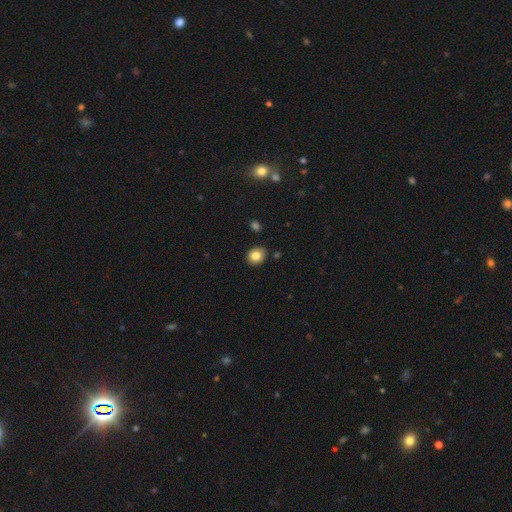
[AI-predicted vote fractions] Smooth or featured?
  - smooth: 83% *
  - star or artifact: 10%
  - featured or disk: 7%
How rounded?
  - round: 67% *
  - in between: 33%
  - cigar-shaped: 1%
Merging?
  - none: 88% *
  - minor disturbance: 8%
  - merger: 2%
  - major disturbance: 2%